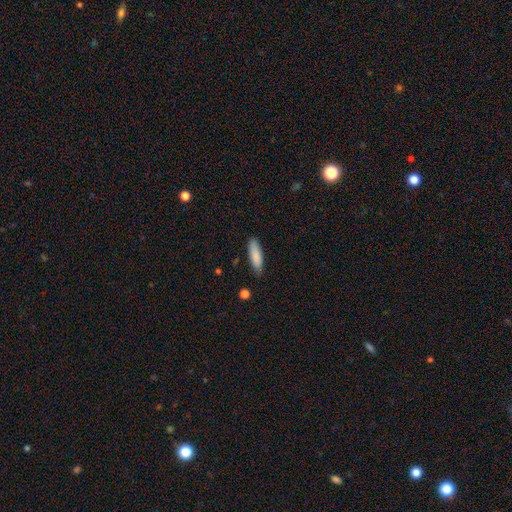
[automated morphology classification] A smooth galaxy with no disk features (86%) that is cigar-shaped (59%).

Vote fractions:
- Smooth or featured? smooth: 86% / featured or disk: 8% / star or artifact: 6%
- How rounded? cigar-shaped: 59% / in between: 40% / round: 1%
- Merging? none: 81% / minor disturbance: 15% / major disturbance: 2% / merger: 2%